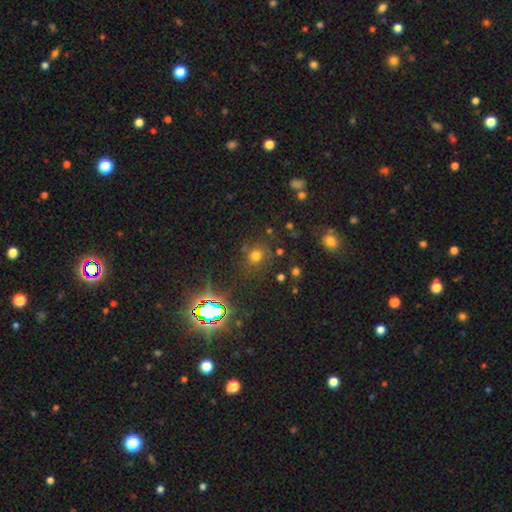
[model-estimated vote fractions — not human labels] A smooth galaxy with no disk features (62%) that is round (85%). Merging: none (78%).